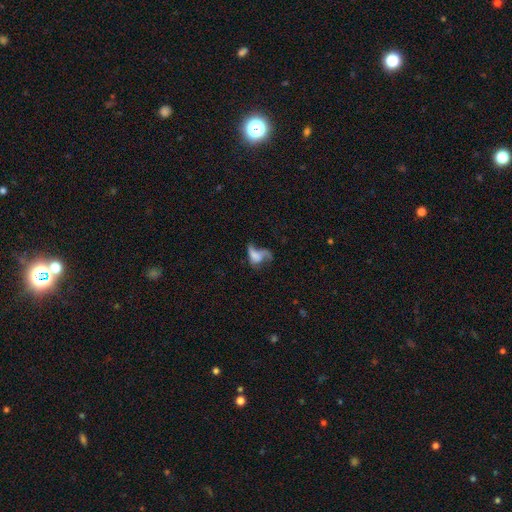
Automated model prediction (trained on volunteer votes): Smooth or featured?
  - featured or disk: 44% *
  - smooth: 43%
  - star or artifact: 13%
Merging?
  - major disturbance: 48% *
  - none: 24%
  - minor disturbance: 16%
  - merger: 12%